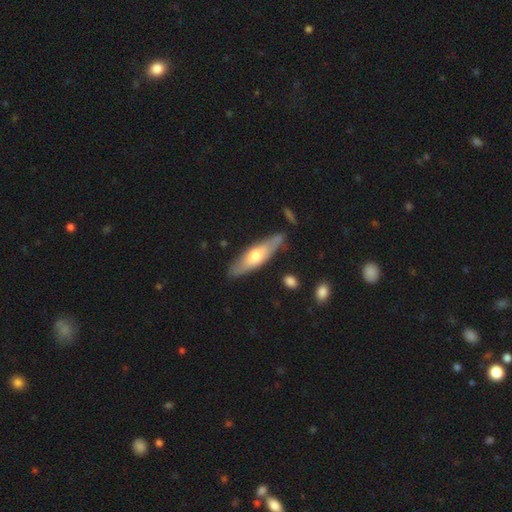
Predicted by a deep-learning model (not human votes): A smooth galaxy with no disk features (50%). Merging: none (80%).